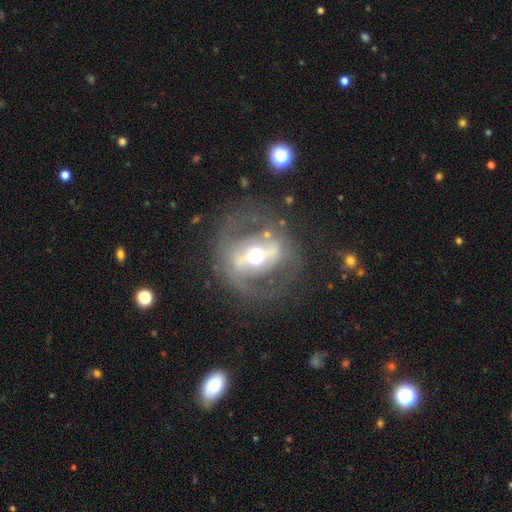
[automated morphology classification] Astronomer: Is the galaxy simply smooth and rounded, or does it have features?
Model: featured or disk — 75%.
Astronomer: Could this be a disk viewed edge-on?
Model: no — 88%.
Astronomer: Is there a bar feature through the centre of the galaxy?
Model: strong — 64%.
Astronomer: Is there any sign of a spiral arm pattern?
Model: no — 59% (runner-up: yes, 41%).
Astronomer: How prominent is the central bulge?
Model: moderate — 65%.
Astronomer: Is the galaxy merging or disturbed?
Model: none — 71%.